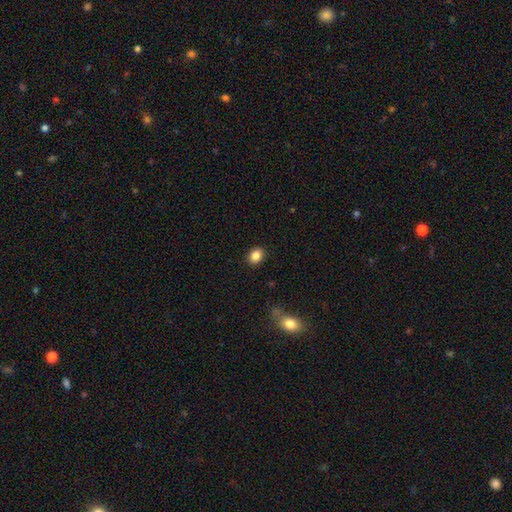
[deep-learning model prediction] Q: Smooth or featured?
A: smooth (85%); runner-up: star or artifact (10%)
Q: How rounded?
A: round (51%); runner-up: in between (48%)
Q: Merging?
A: none (89%); runner-up: minor disturbance (7%)